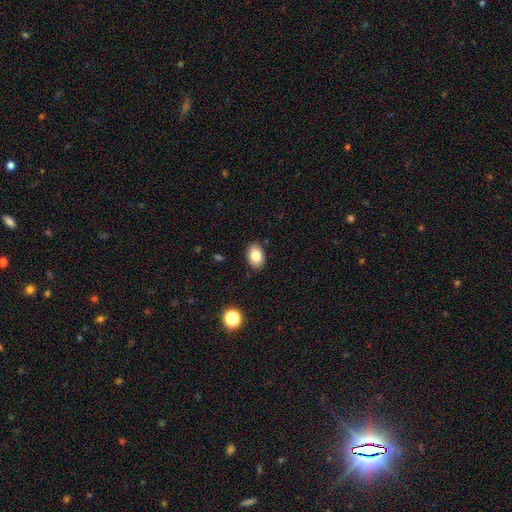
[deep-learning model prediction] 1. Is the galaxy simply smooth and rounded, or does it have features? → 83% smooth, 9% star or artifact, 9% featured or disk.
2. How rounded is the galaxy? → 83% in between, 16% round, 1% cigar-shaped.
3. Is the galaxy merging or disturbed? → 88% none, 9% minor disturbance, 2% major disturbance, 1% merger.